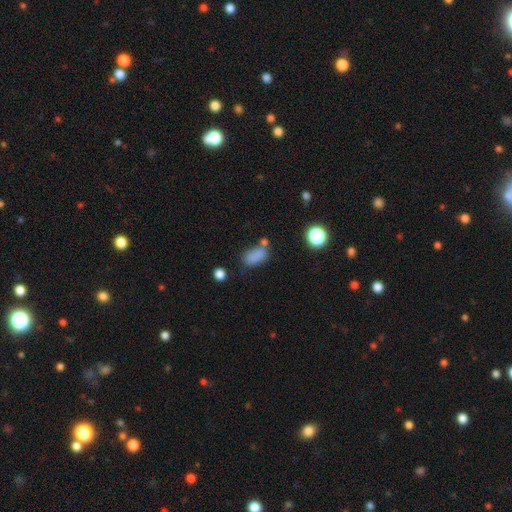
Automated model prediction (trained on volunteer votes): Smooth or featured?
  - smooth: 79% *
  - star or artifact: 13%
  - featured or disk: 8%
How rounded?
  - in between: 87% *
  - round: 9%
  - cigar-shaped: 4%
Merging?
  - none: 49% *
  - minor disturbance: 21%
  - merger: 20%
  - major disturbance: 10%